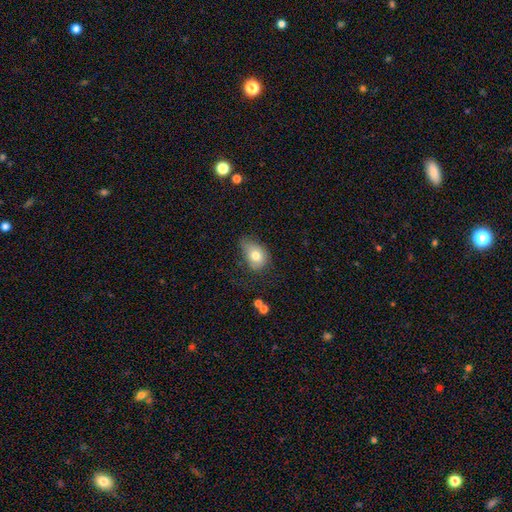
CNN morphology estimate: This appears to be a smooth galaxy with no disk features (75%) that is in between round and cigar-shaped (68%). Merging: minor disturbance (43%).